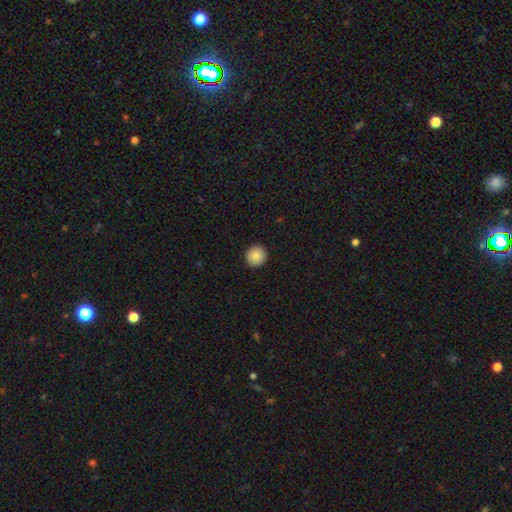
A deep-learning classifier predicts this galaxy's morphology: type=smooth (85%); roundness=round (94%); merging=none (93%).